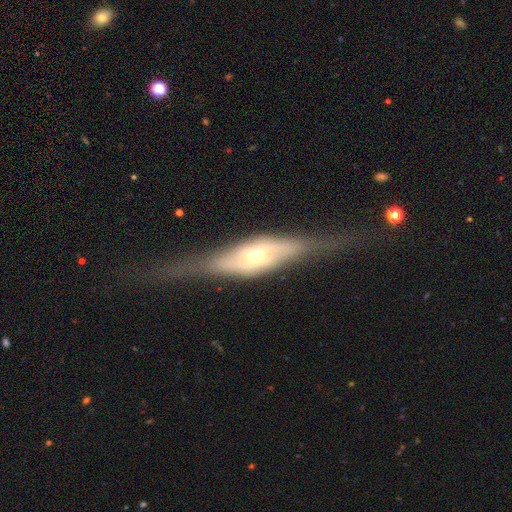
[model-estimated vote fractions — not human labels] Smooth or featured?
  - featured or disk: 77% *
  - smooth: 17%
  - star or artifact: 6%
Edge-on disk?
  - yes: 85% *
  - no: 15%
Edge-on bulge?
  - rounded: 78% *
  - boxy: 17%
  - none: 5%
Merging?
  - none: 69% *
  - minor disturbance: 17%
  - major disturbance: 12%
  - merger: 2%